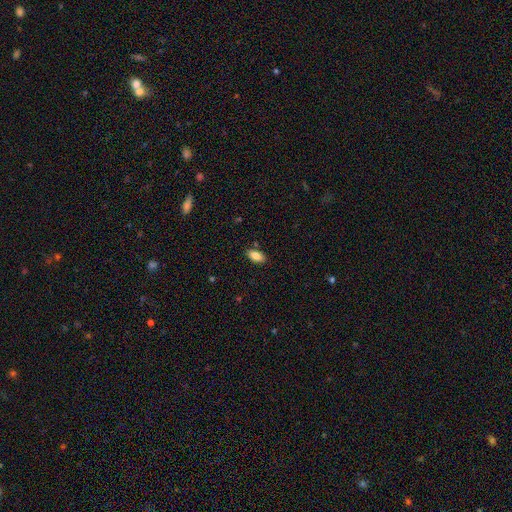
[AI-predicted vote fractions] Overall: smooth (85%). How rounded: in between (92%). Merging: none (85%).